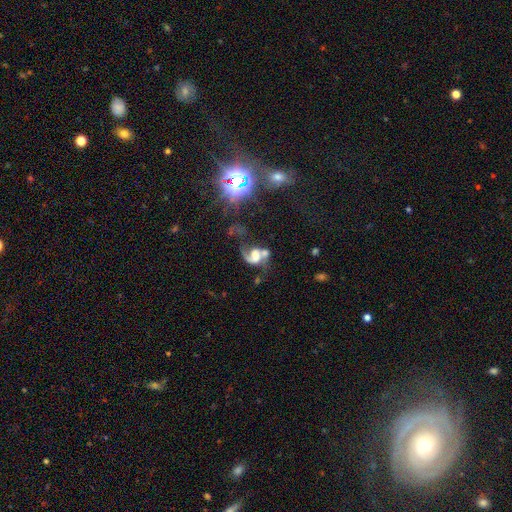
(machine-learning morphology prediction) type=featured or disk (70%); edge-on=no (97%); bar=no (52%); spiral arms=yes (85%); winding=loose (58%); arm count=2 (64%); bulge=large (27%); merging=merger (35%).